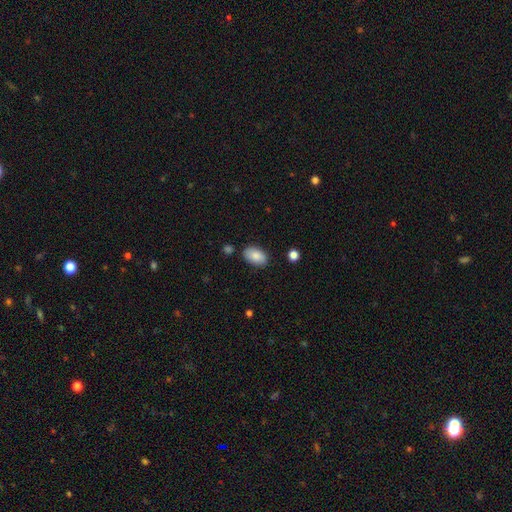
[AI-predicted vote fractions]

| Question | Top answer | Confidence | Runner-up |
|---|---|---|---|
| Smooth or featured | smooth | 86% | featured or disk (7%) |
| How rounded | in between | 92% | round (7%) |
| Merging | none | 82% | minor disturbance (12%) |